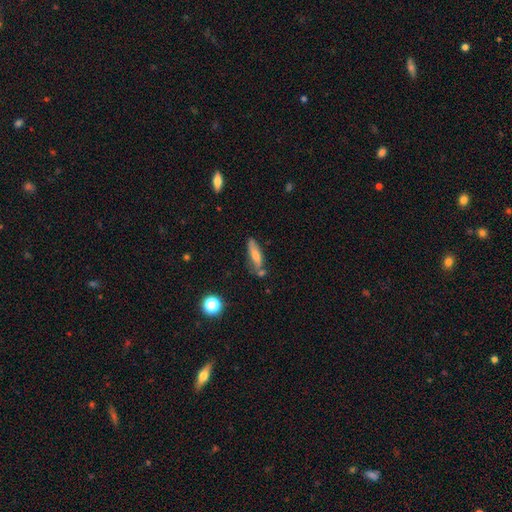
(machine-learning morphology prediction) A smooth galaxy with no disk features (64%) that is cigar-shaped (60%).

Vote fractions:
- Smooth or featured? smooth: 64% / featured or disk: 27% / star or artifact: 9%
- How rounded? cigar-shaped: 60% / in between: 37% / round: 3%
- Merging? none: 59% / minor disturbance: 22% / merger: 12% / major disturbance: 6%